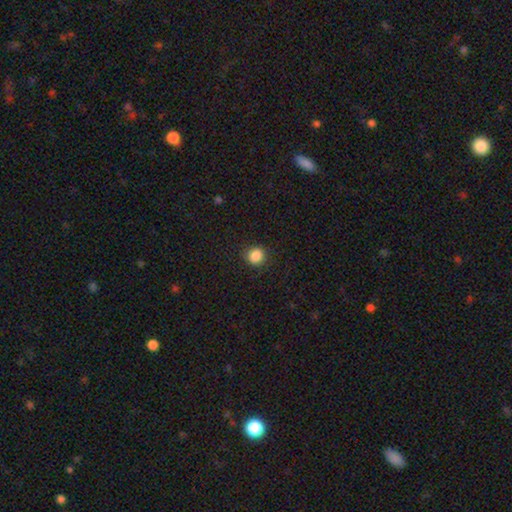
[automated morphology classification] This is clearly a smooth galaxy (86%). How rounded: clearly round (89%). Merging: clearly none (88%).